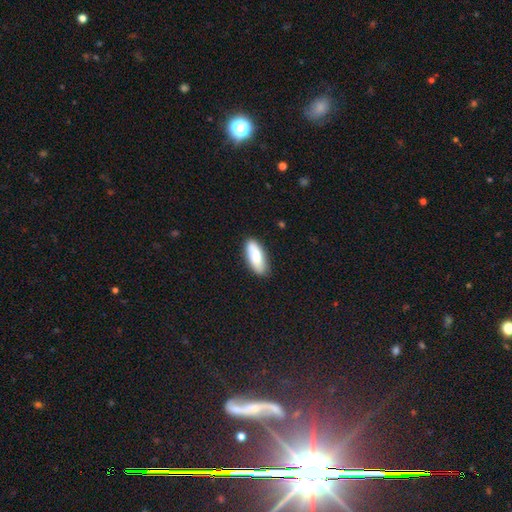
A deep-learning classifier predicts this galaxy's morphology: This appears to be a smooth galaxy with no disk features (76%) that is in between round and cigar-shaped (80%). Merging: none (81%).